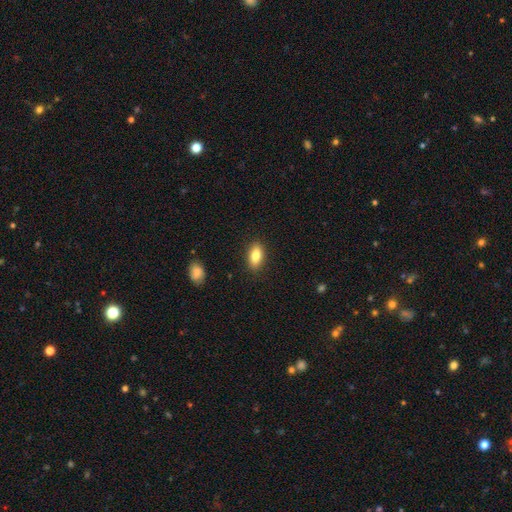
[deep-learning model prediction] Smooth or featured: smooth — 82% (featured or disk — 11%)
How rounded: in between — 87% (cigar-shaped — 8%)
Merging: none — 88% (minor disturbance — 9%)